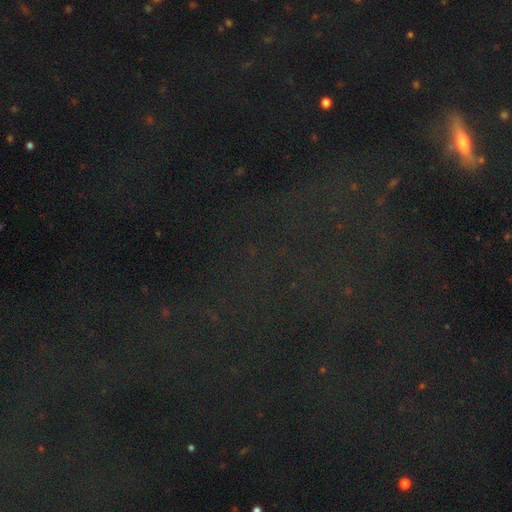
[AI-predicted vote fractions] A star or artifact, not a galaxy (77%).